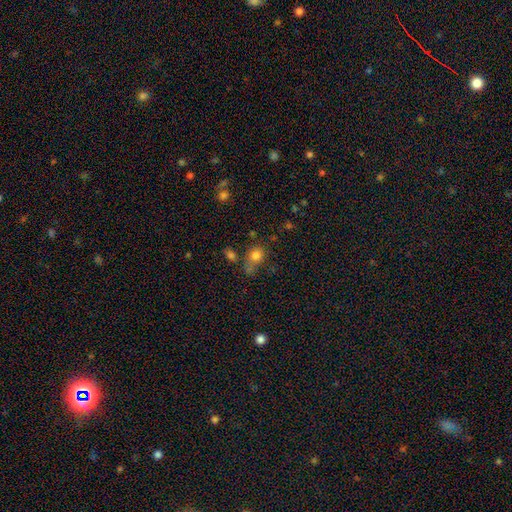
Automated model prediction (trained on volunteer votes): Overall: smooth (78%). How rounded: round (61%; in between 37%). Merging: none (44%; minor disturbance 22%).